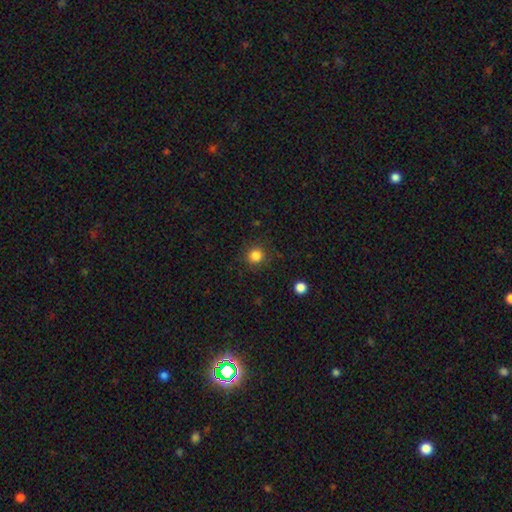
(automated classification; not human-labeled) This appears to be a smooth galaxy with no disk features (84%) that is round (94%). Merging: none (88%).